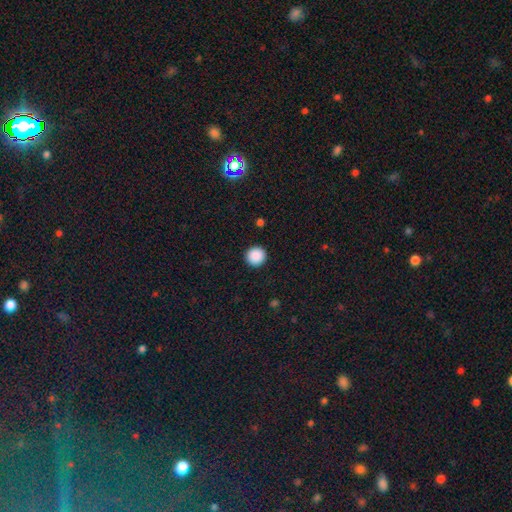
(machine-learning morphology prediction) Smooth or featured?
  - smooth: 89% *
  - star or artifact: 9%
  - featured or disk: 2%
How rounded?
  - round: 95% *
  - in between: 4%
  - cigar-shaped: 1%
Merging?
  - none: 93% *
  - minor disturbance: 4%
  - major disturbance: 2%
  - merger: 1%